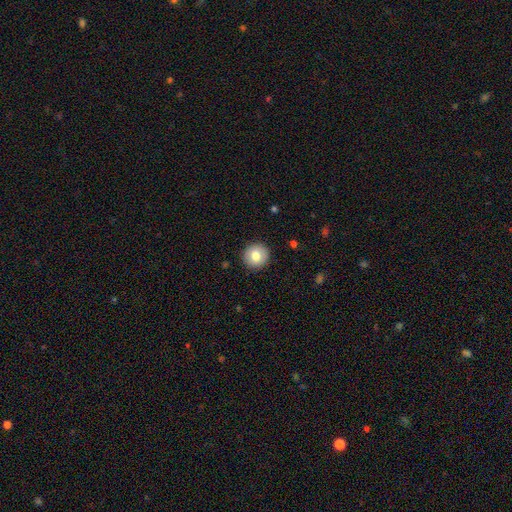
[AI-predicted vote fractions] Overall: smooth (79%). How rounded: round (94%). Merging: none (92%).